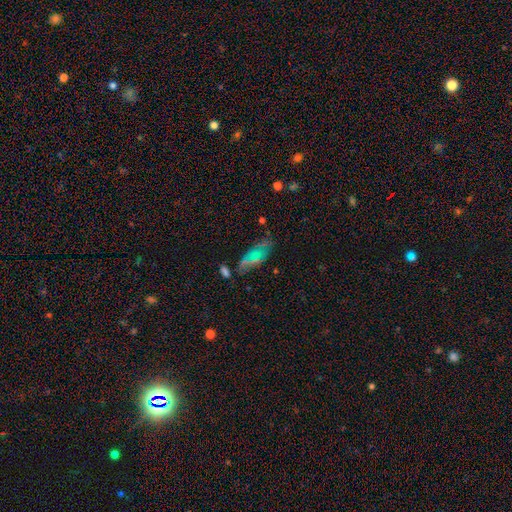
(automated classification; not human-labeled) The model was most divided on "smooth or featured": smooth: 45%, featured or disk: 36%, star or artifact: 20%. More confident: merging — none (53%).